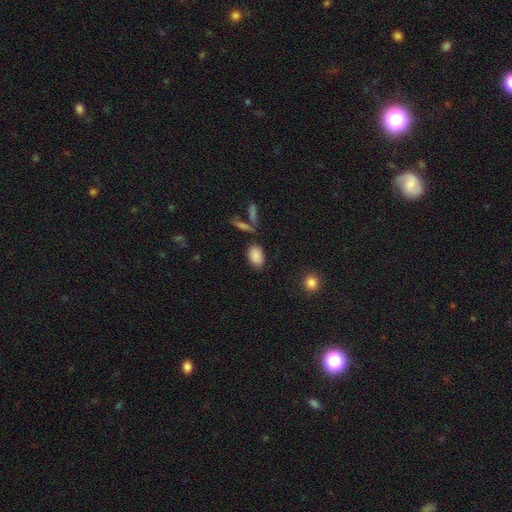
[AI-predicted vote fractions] The model was most divided on "merging": none: 79%, minor disturbance: 12%, merger: 6%, major disturbance: 4%. More confident: how rounded — in between (88%); smooth or featured — smooth (88%).